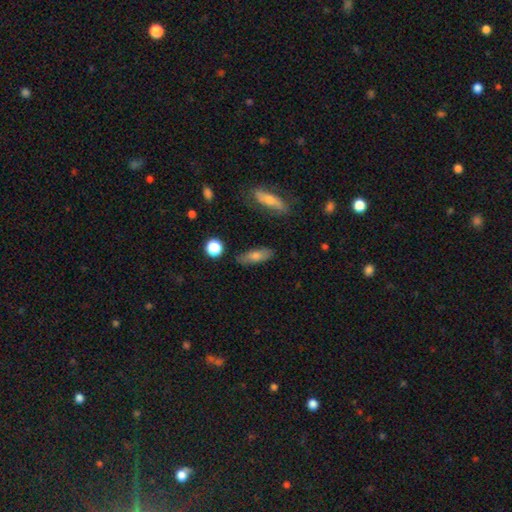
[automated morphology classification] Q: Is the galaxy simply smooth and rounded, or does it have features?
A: smooth — 66%.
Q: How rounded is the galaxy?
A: in between — 54%.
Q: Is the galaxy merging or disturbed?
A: none — 83%.